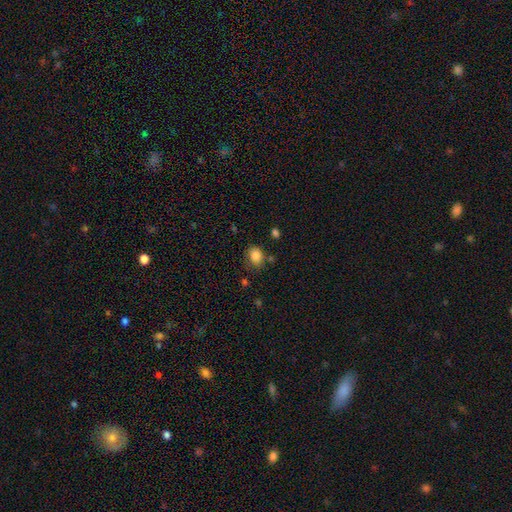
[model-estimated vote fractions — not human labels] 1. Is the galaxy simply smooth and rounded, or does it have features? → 85% smooth, 10% star or artifact, 5% featured or disk.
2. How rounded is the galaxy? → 59% round, 40% in between, 1% cigar-shaped.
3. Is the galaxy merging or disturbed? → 72% none, 18% minor disturbance, 5% merger, 5% major disturbance.